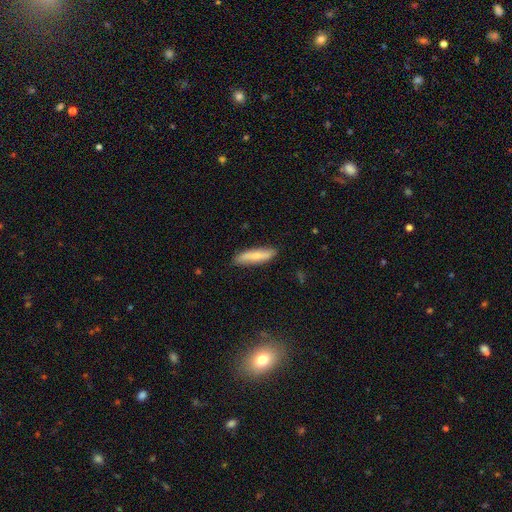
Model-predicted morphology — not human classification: Smooth or featured? smooth (71%)
How rounded? cigar-shaped (76%)
Merging? none (85%)